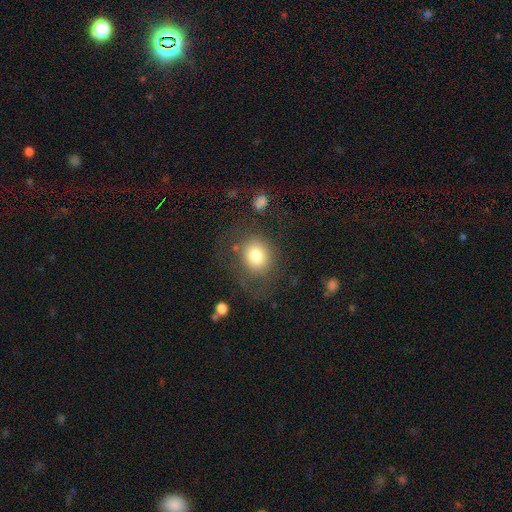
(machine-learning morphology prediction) Smooth or featured? smooth (77%)
How rounded? round (64%)
Merging? none (63%)